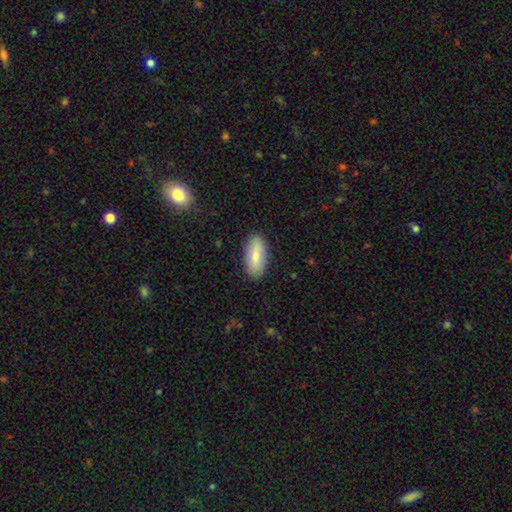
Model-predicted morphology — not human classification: A smooth galaxy with no disk features (79%) that is in between round and cigar-shaped (85%). Merging: none (88%).